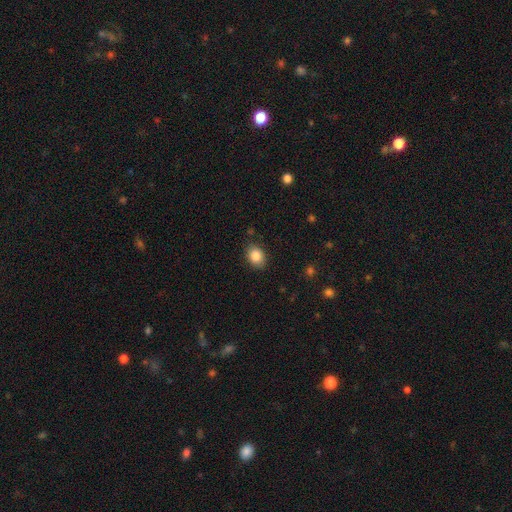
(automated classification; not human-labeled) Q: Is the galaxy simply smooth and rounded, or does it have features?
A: smooth — 86%.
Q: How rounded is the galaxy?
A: in between — 65%.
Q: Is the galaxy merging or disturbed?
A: none — 85%.